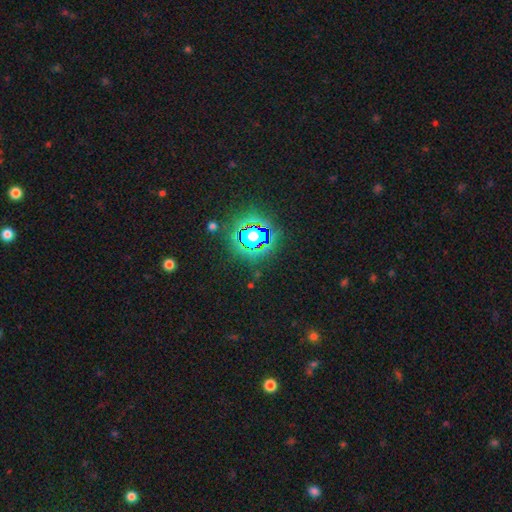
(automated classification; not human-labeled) smooth-or-featured: star or artifact: 82% | smooth: 11% | featured or disk: 7%